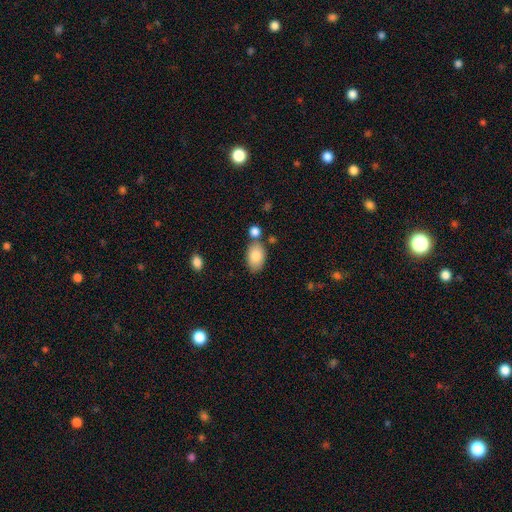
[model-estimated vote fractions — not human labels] Smooth or featured: smooth — 84% (featured or disk — 9%)
How rounded: in between — 91% (round — 8%)
Merging: none — 67% (merger — 15%)